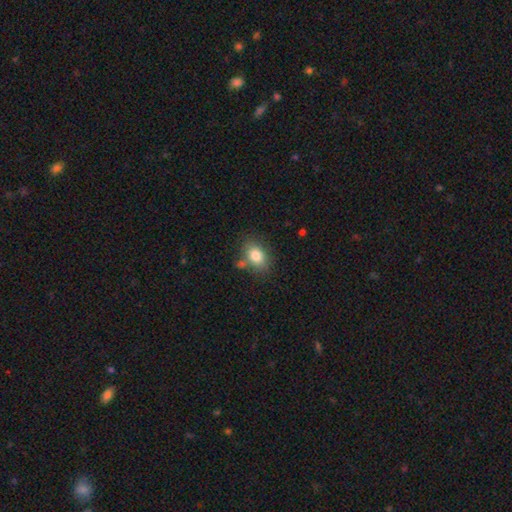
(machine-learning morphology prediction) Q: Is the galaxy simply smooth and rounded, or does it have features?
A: smooth — 82%.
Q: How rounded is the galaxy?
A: in between — 79%.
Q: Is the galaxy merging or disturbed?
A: none — 69%.